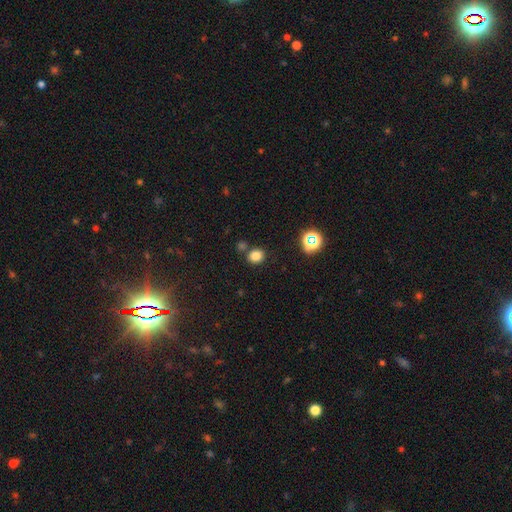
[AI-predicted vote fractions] A smooth galaxy with no disk features (80%) that is round (71%). Merging: none (74%).